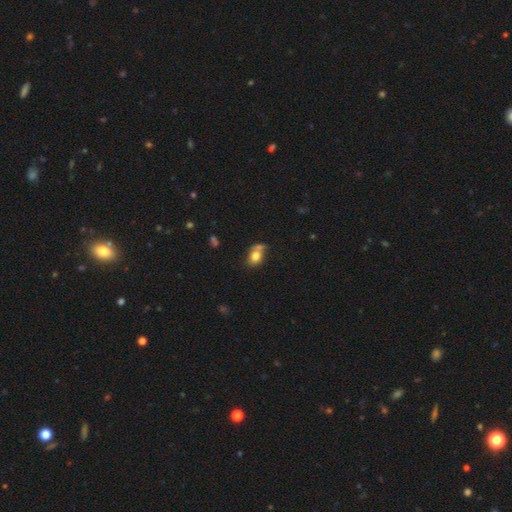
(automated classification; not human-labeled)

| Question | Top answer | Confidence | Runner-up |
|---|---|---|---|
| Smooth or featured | smooth | 78% | featured or disk (12%) |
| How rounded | in between | 65% | round (33%) |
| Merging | none | 44% | merger (25%) |